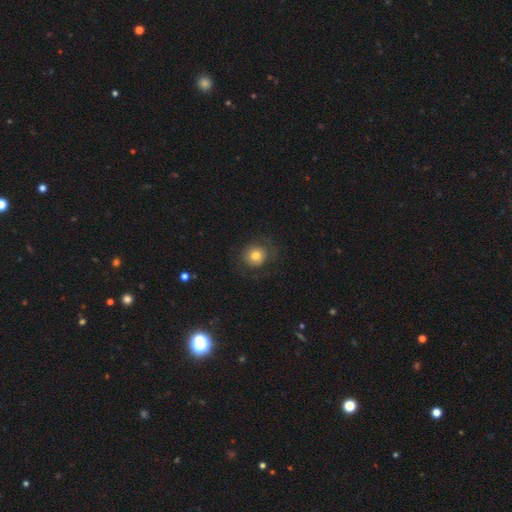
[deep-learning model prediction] smooth 71%, featured or disk 19%, star or artifact 9%. Down the decision tree: how rounded — round (88%); merging — none (73%).